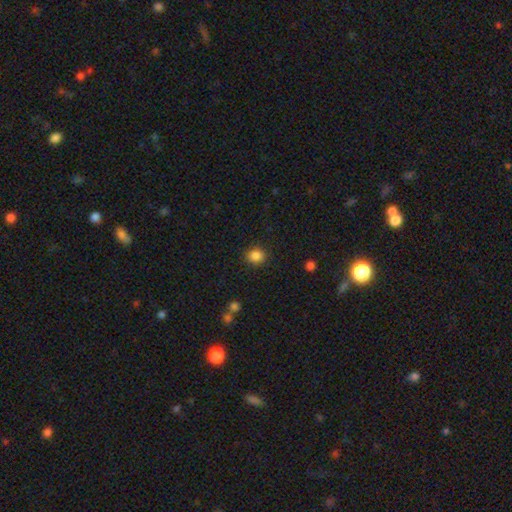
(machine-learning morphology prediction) This is clearly a smooth galaxy (86%). How rounded: likely round (77%). Merging: clearly none (90%).